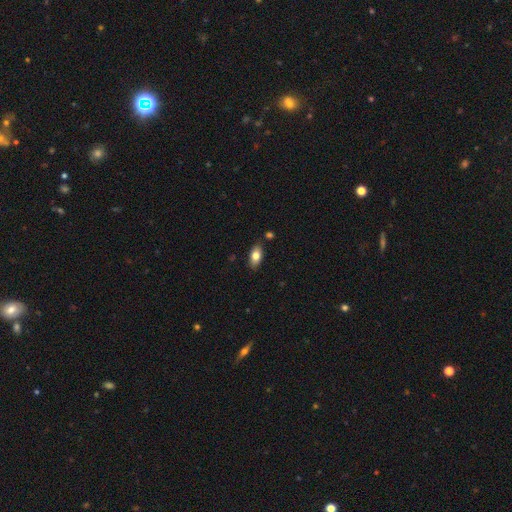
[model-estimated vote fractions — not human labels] smooth-or-featured: smooth: 77% | featured or disk: 15% | star or artifact: 7%
  how-rounded: in between: 90% | cigar-shaped: 6% | round: 5%
  merging: none: 84% | minor disturbance: 11% | merger: 3% | major disturbance: 2%